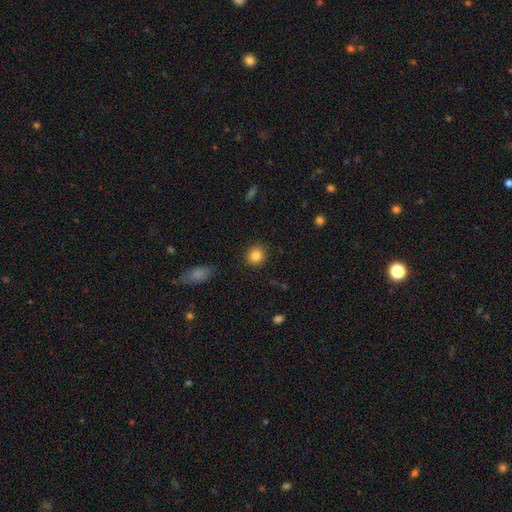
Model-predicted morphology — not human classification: Smooth or featured: smooth — 85% (star or artifact — 10%)
How rounded: round — 87% (in between — 12%)
Merging: none — 89% (minor disturbance — 7%)